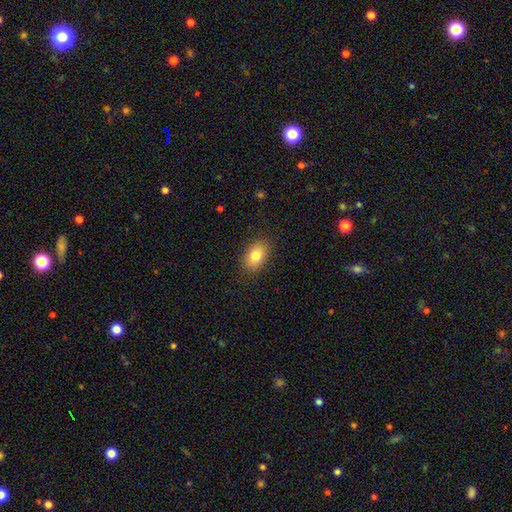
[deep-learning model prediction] Morphology: type=smooth (81%); roundness=in between (83%); merging=none (87%).